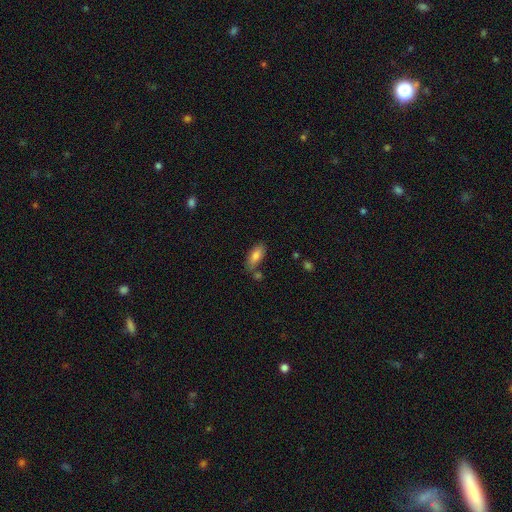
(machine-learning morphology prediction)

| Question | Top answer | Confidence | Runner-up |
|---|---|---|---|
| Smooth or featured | smooth | 81% | featured or disk (12%) |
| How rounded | in between | 83% | cigar-shaped (15%) |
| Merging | none | 70% | minor disturbance (15%) |